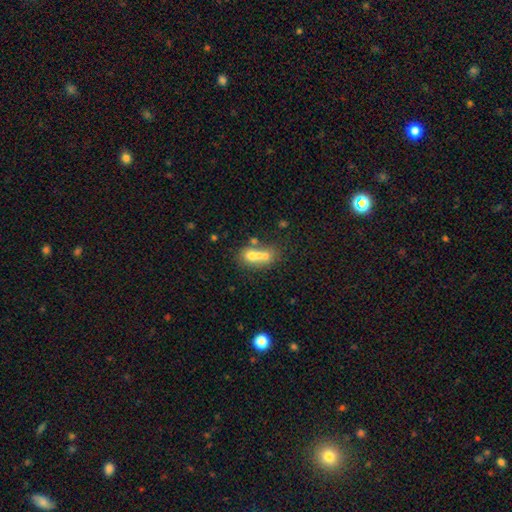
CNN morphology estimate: smooth 60%, featured or disk 27%, star or artifact 13%. Down the decision tree: how rounded — in between (54%); merging — merger (63%).